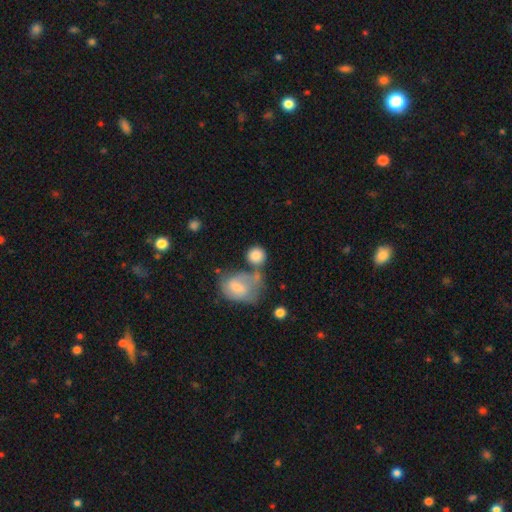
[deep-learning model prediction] smooth-or-featured: smooth: 83% | featured or disk: 10% | star or artifact: 7%
  how-rounded: round: 81% | in between: 18% | cigar-shaped: 1%
  merging: none: 47% | merger: 29% | minor disturbance: 15% | major disturbance: 9%